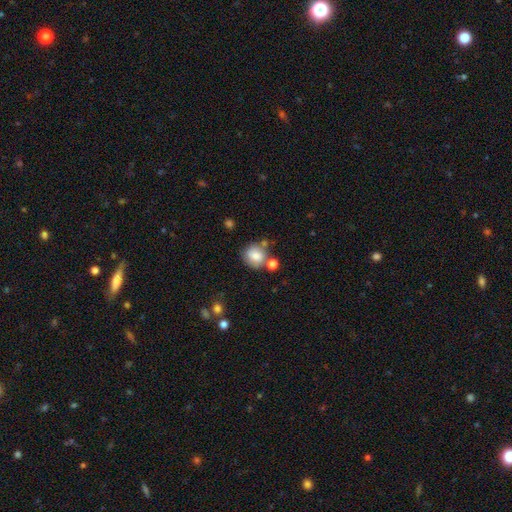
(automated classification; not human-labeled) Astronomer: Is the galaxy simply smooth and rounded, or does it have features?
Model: smooth — 80%.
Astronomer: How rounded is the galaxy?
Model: round — 76%.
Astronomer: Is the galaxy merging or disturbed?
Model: none — 62%.